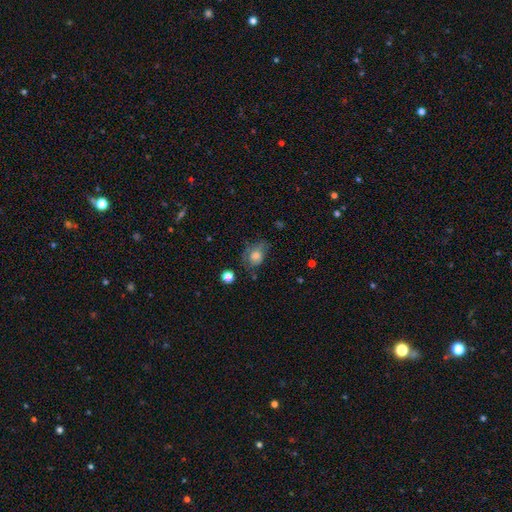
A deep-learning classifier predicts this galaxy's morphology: Overall: smooth (68%). How rounded: in between (65%; round 34%). Merging: none (49%; minor disturbance 31%).